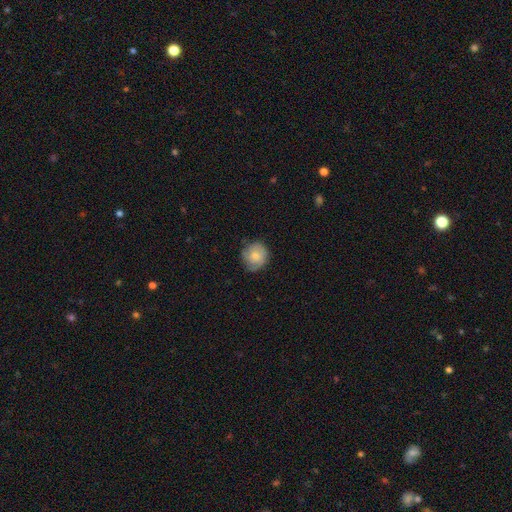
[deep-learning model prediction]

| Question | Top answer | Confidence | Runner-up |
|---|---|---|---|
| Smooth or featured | smooth | 64% | featured or disk (29%) |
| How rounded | round | 87% | in between (12%) |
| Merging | none | 71% | minor disturbance (23%) |